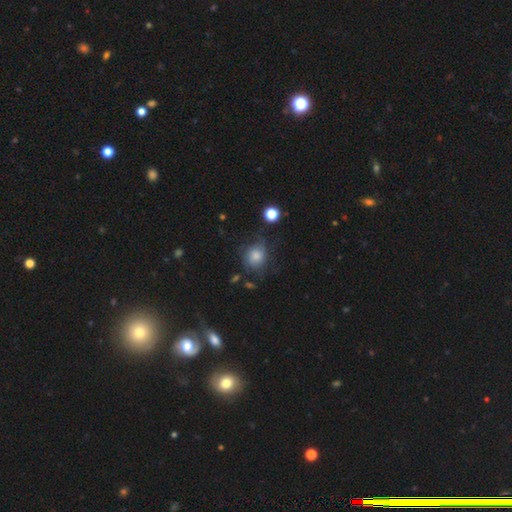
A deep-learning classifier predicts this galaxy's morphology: Smooth or featured? Predicted: smooth (p=0.64). How rounded? Predicted: round (p=0.69). Merging? Predicted: none (p=0.56).